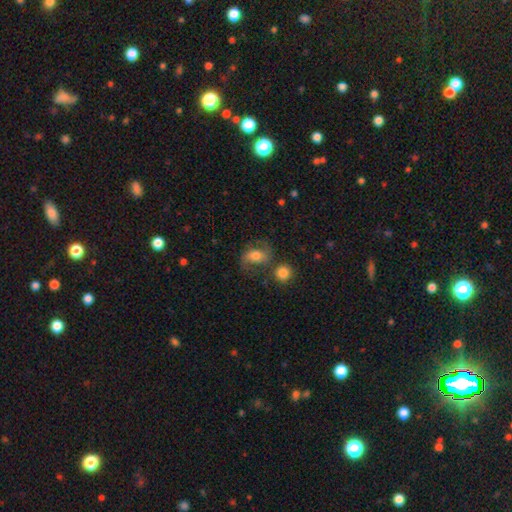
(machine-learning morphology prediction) smooth-or-featured: featured or disk: 49% | smooth: 42% | star or artifact: 9%
  merging: none: 60% | minor disturbance: 19% | major disturbance: 11% | merger: 10%